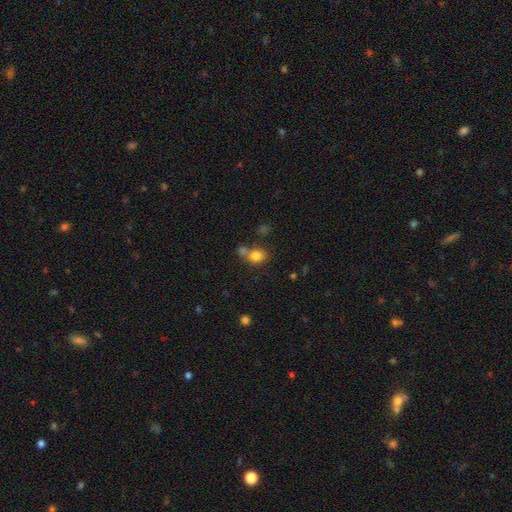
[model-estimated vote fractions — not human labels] smooth 81%, star or artifact 11%, featured or disk 8%. Down the decision tree: how rounded — round (65%); merging — none (51%).